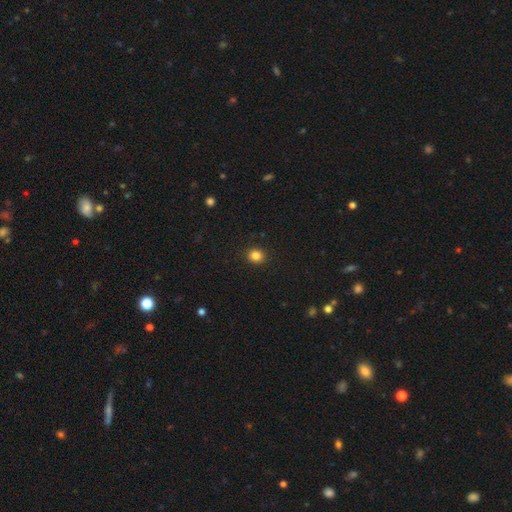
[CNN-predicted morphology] type=smooth (84%); roundness=round (78%); merging=none (92%).